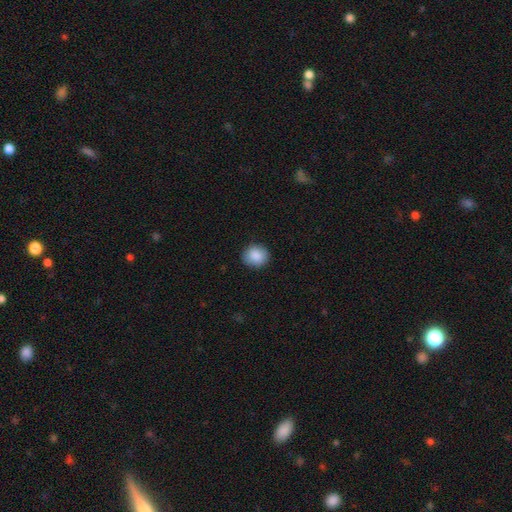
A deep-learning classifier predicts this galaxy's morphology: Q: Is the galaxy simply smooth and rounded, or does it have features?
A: smooth — 88%.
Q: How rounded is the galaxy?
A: round — 78%.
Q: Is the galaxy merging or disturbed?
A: none — 88%.